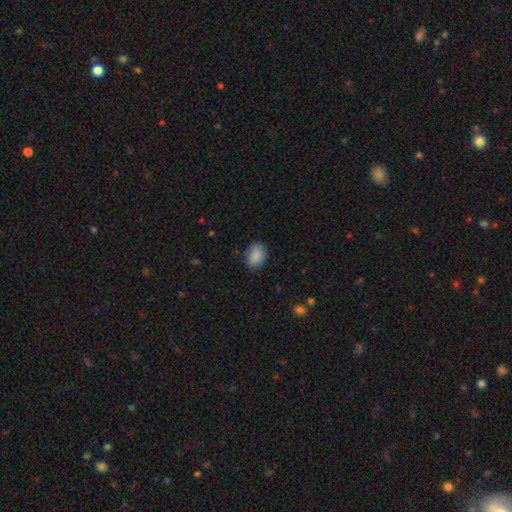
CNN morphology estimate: smooth_or_featured: smooth (p=0.89) [alt: star or artifact p=0.08]
how_rounded: in between (p=0.73) [alt: round p=0.26]
merging: none (p=0.83) [alt: minor disturbance p=0.13]